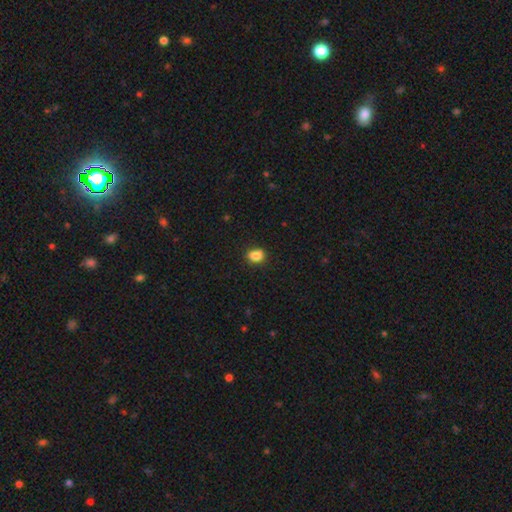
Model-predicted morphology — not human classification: Smooth or featured? smooth (85%)
How rounded? in between (61%)
Merging? none (79%)